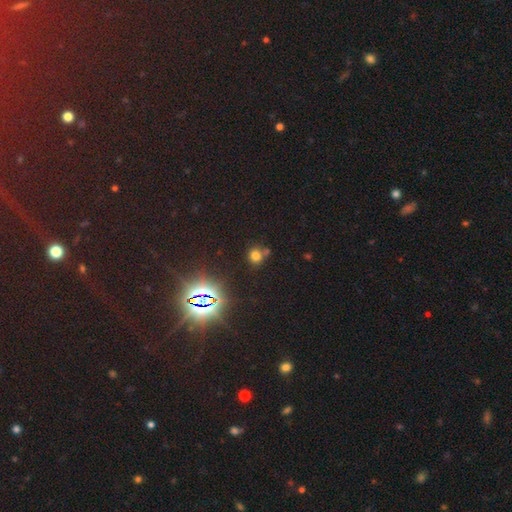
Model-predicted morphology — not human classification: A smooth galaxy with no disk features (68%) that is round (83%). Merging: none (60%).